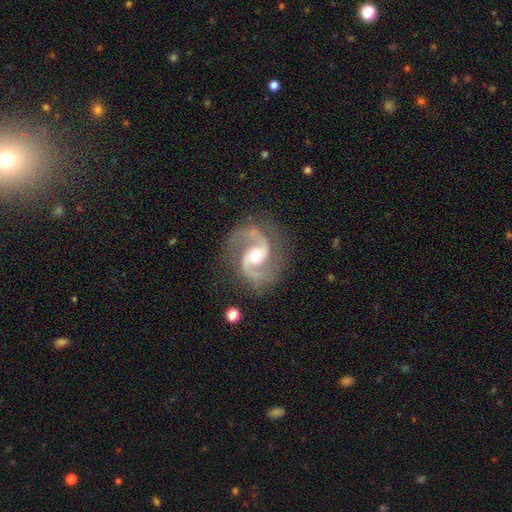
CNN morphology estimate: This appears to be a featured or disk galaxy (91%) with a weak bar (43%), 2 (94%) medium (60%) spiral arms (98%) and a moderate central bulge (66%). Merging: none (83%).